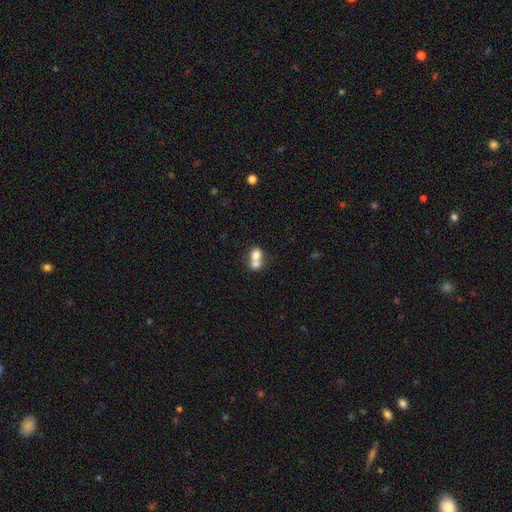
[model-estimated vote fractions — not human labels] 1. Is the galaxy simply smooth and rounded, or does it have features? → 71% smooth, 20% featured or disk, 9% star or artifact.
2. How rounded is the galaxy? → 51% round, 48% in between, 1% cigar-shaped.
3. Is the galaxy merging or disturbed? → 72% merger, 20% none, 5% minor disturbance, 3% major disturbance.